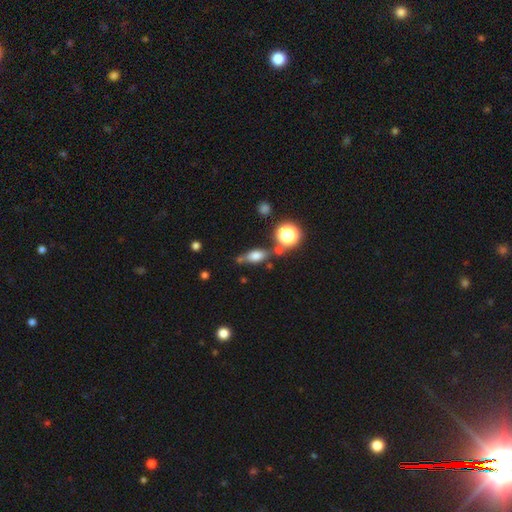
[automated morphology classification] type=smooth (67%); roundness=in between (66%); merging=none (64%).